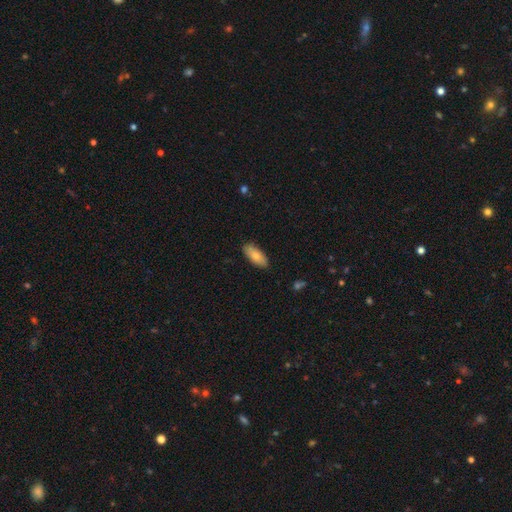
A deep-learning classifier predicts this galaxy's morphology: Overall: smooth (79%). How rounded: in between (83%). Merging: none (87%).